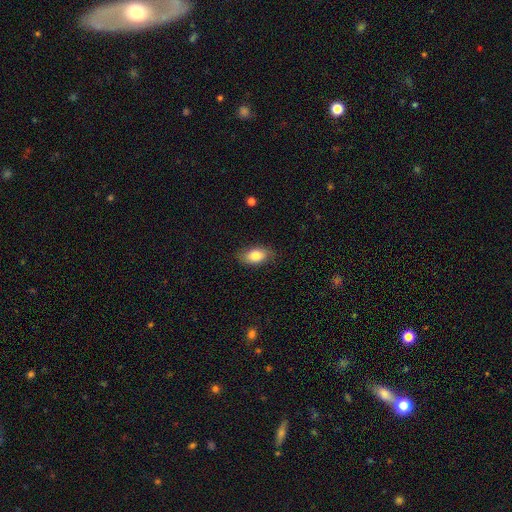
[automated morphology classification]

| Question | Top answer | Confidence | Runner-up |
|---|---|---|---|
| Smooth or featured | smooth | 81% | featured or disk (11%) |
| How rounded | in between | 89% | round (7%) |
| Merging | none | 84% | minor disturbance (12%) |